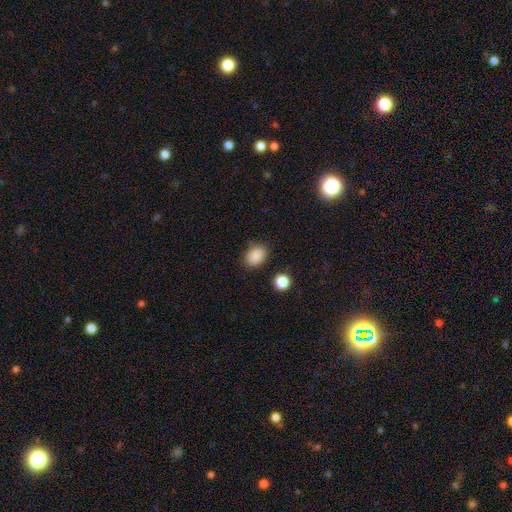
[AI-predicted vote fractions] A smooth galaxy with no disk features (87%) that is in between round and cigar-shaped (66%).

Vote fractions:
- Smooth or featured? smooth: 87% / star or artifact: 9% / featured or disk: 4%
- How rounded? in between: 66% / round: 33% / cigar-shaped: 1%
- Merging? none: 81% / minor disturbance: 13% / major disturbance: 3% / merger: 3%